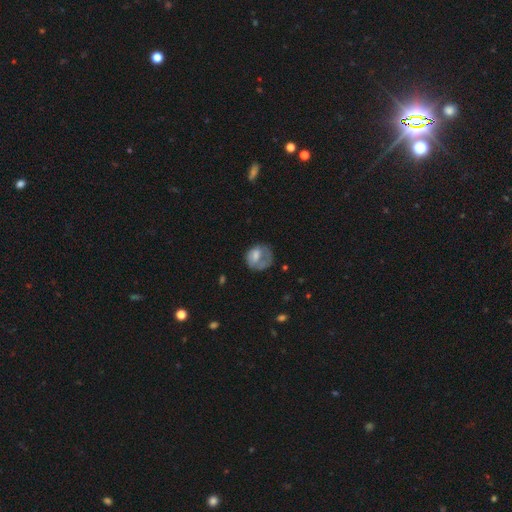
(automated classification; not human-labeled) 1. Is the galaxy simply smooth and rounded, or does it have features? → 59% smooth, 32% featured or disk, 9% star or artifact.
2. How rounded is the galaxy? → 62% round, 37% in between, 1% cigar-shaped.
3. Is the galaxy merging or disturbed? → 36% none, 35% major disturbance, 26% minor disturbance, 3% merger.